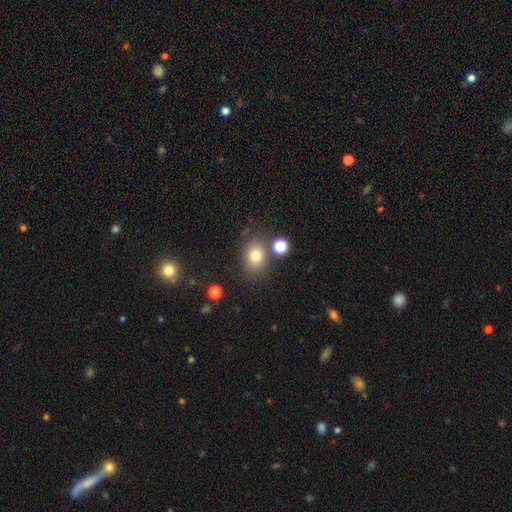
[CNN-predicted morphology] smooth_or_featured: smooth (p=0.78) [alt: star or artifact p=0.12]
how_rounded: in between (p=0.59) [alt: round p=0.40]
merging: none (p=0.74) [alt: minor disturbance p=0.12]